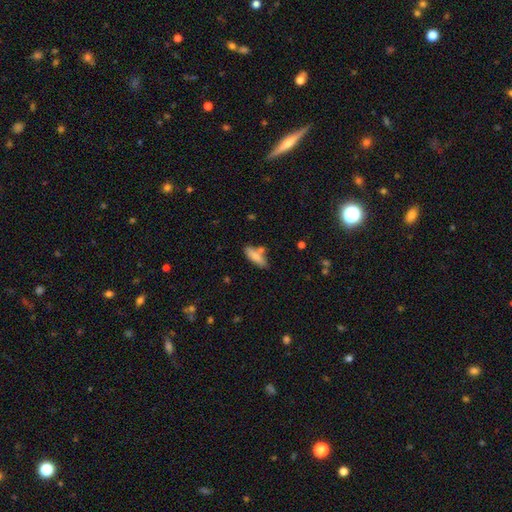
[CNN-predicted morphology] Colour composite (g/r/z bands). It shows a smooth galaxy with no disk features (79%) that is in between round and cigar-shaped (49%, tied with cigar-shaped). Merging: none (67%).